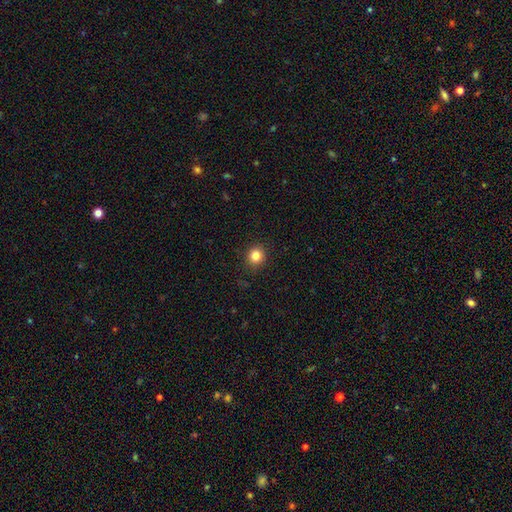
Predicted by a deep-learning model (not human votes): A smooth galaxy with no disk features (83%) that is round (88%).

Vote fractions:
- Smooth or featured? smooth: 83% / star or artifact: 12% / featured or disk: 5%
- How rounded? round: 88% / in between: 11% / cigar-shaped: 1%
- Merging? none: 90% / minor disturbance: 7% / major disturbance: 2% / merger: 1%